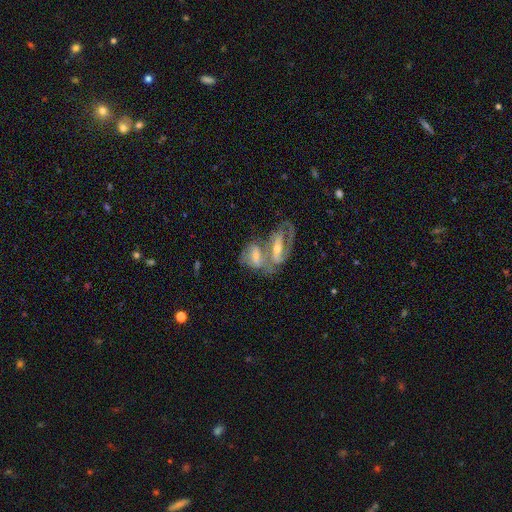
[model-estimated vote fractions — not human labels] The model was most divided on "bar" (2-way tie): strong: 37%, weak: 37%, no: 27%. Remaining: edge-on disk — no (90%); spiral arms — yes (84%); smooth or featured — featured or disk (73%); merging — merger (67%); spiral arm count — 2 (64%); bulge size — moderate (53%); spiral winding — medium (43%).